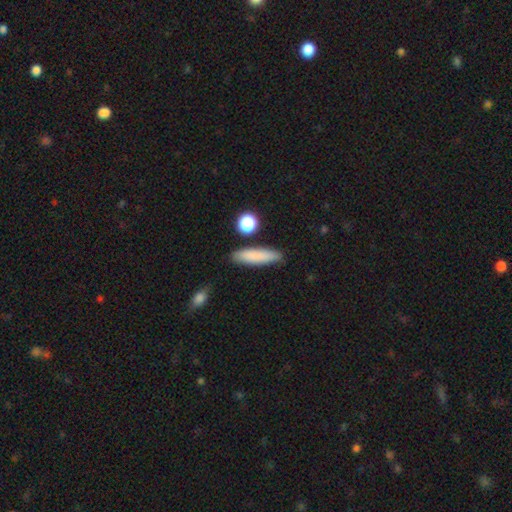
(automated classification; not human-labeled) Q: Smooth or featured?
A: smooth (83%); runner-up: featured or disk (10%)
Q: How rounded?
A: cigar-shaped (74%); runner-up: in between (23%)
Q: Merging?
A: none (85%); runner-up: minor disturbance (9%)